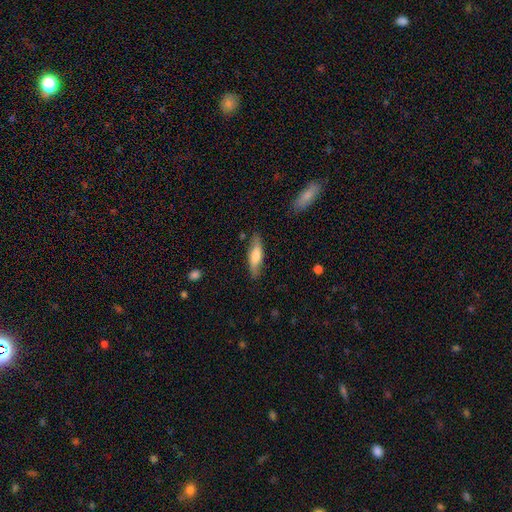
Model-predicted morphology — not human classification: This appears to be a smooth galaxy with no disk features (62%) that is cigar-shaped (54%). Merging: none (82%).